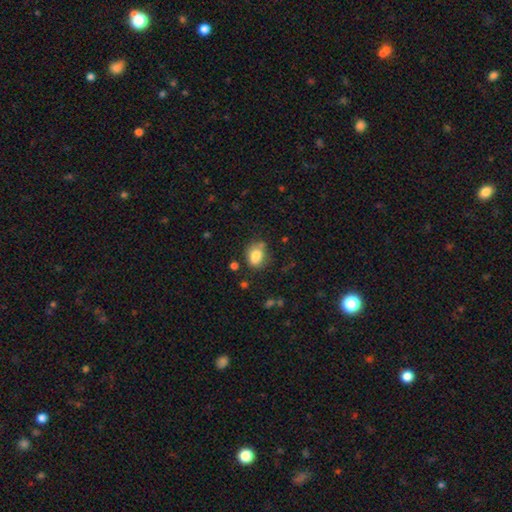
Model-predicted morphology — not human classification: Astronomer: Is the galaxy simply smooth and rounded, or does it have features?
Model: smooth — 81%.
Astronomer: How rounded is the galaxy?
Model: in between — 60% (runner-up: round, 38%).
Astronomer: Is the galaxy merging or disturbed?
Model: none — 61%.